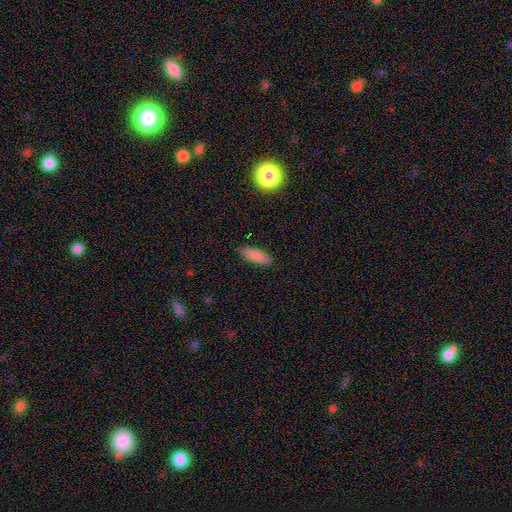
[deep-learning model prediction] Q: Smooth or featured?
A: smooth (86%); runner-up: star or artifact (8%)
Q: How rounded?
A: in between (69%); runner-up: cigar-shaped (29%)
Q: Merging?
A: none (87%); runner-up: minor disturbance (10%)